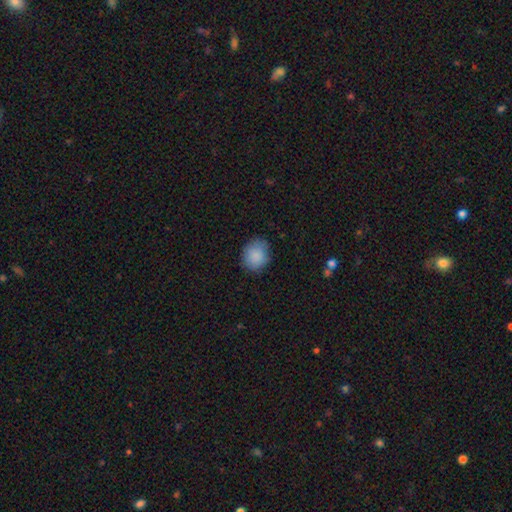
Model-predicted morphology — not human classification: The model was most divided on "how rounded": round: 74%, in between: 25%, cigar-shaped: 1%. More confident: smooth or featured — smooth (88%); merging — none (80%).